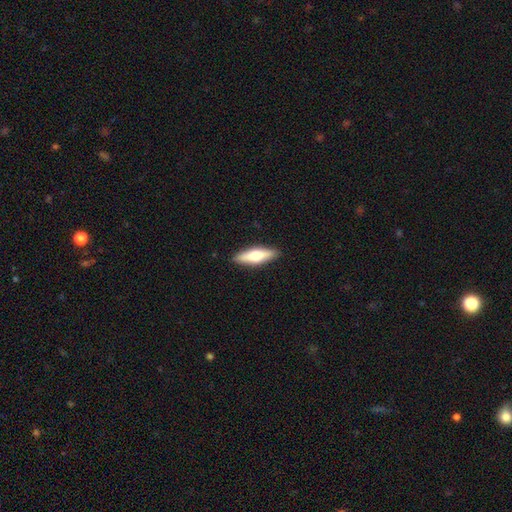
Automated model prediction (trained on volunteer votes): A smooth galaxy with no disk features (60%) that is cigar-shaped (60%). Merging: none (90%).